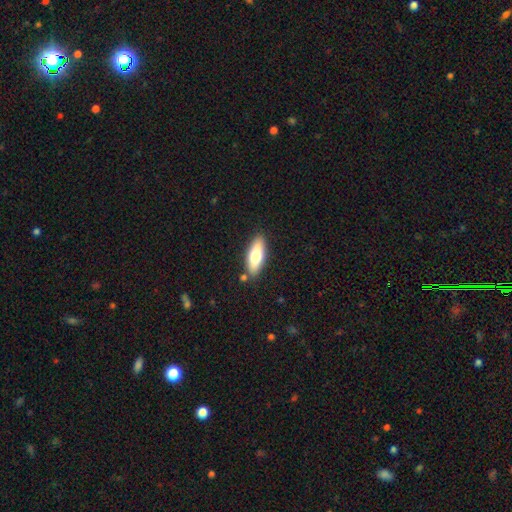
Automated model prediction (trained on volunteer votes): Overall: smooth (70%). How rounded: in between (66%; cigar-shaped 32%). Merging: none (85%).